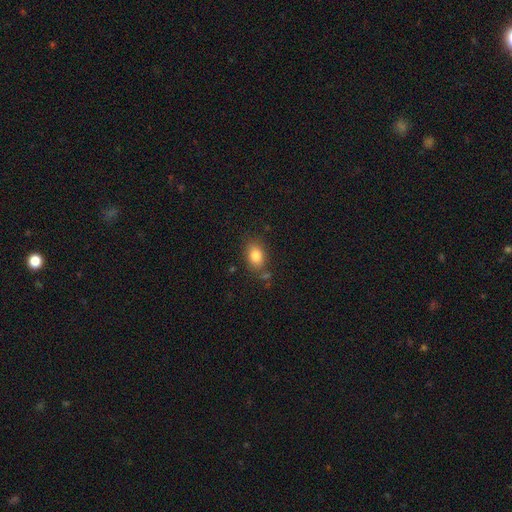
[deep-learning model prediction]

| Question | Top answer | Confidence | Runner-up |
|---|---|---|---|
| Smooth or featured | smooth | 83% | star or artifact (9%) |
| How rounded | in between | 80% | round (18%) |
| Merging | none | 76% | minor disturbance (15%) |